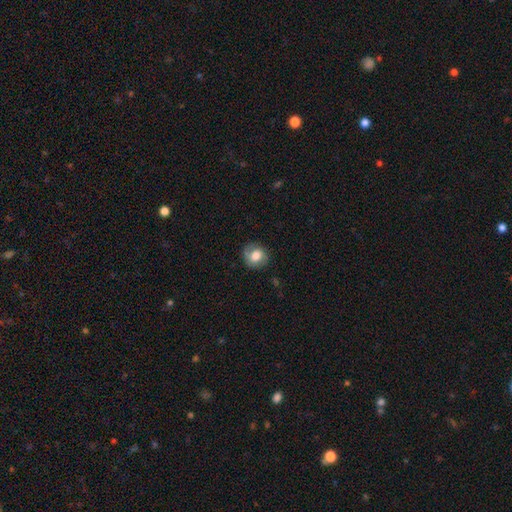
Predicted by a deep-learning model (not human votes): Smooth or featured: smooth — 63% (featured or disk — 28%)
How rounded: round — 77% (in between — 23%)
Merging: none — 77% (minor disturbance — 16%)